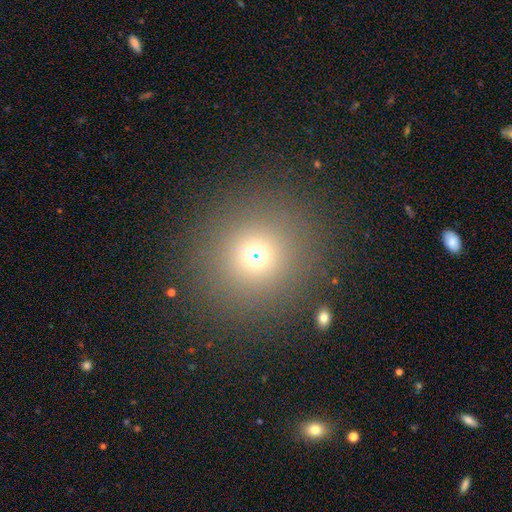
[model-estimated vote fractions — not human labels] This appears to be a smooth galaxy with no disk features (65%) that is round (93%). Merging: none (85%).